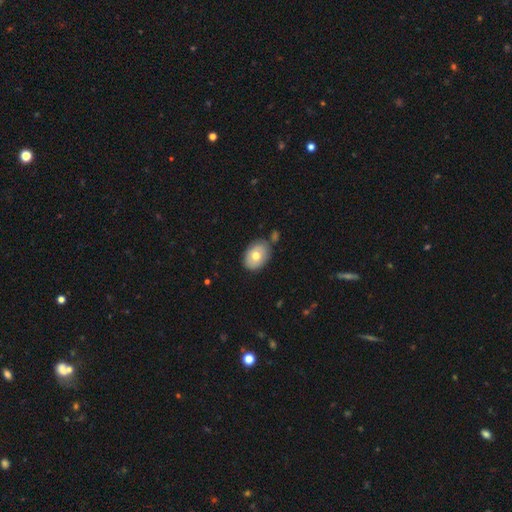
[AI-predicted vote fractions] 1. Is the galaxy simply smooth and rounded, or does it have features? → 72% smooth, 20% featured or disk, 7% star or artifact.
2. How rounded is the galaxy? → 77% in between, 22% round, 1% cigar-shaped.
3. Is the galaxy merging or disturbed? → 77% none, 14% minor disturbance, 6% merger, 3% major disturbance.